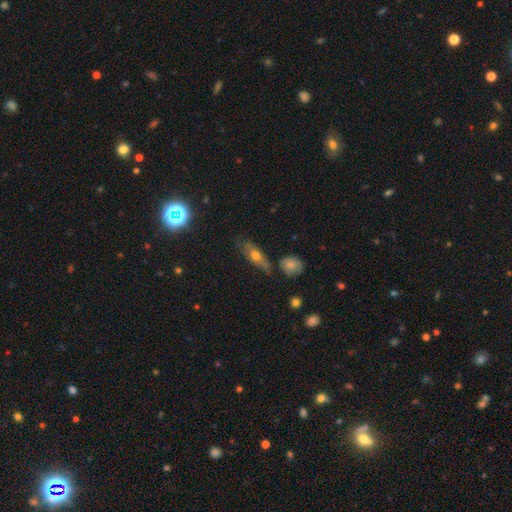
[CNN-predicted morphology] This is possibly a smooth galaxy (54%). How rounded: likely in between (60%). Merging: likely none (63%).